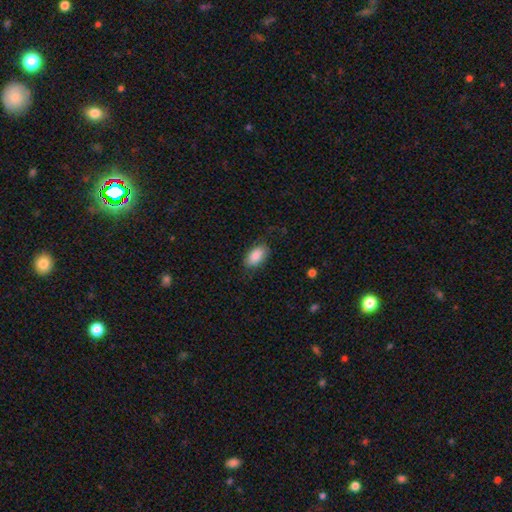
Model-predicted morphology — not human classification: type=smooth (88%); roundness=in between (94%); merging=none (81%).